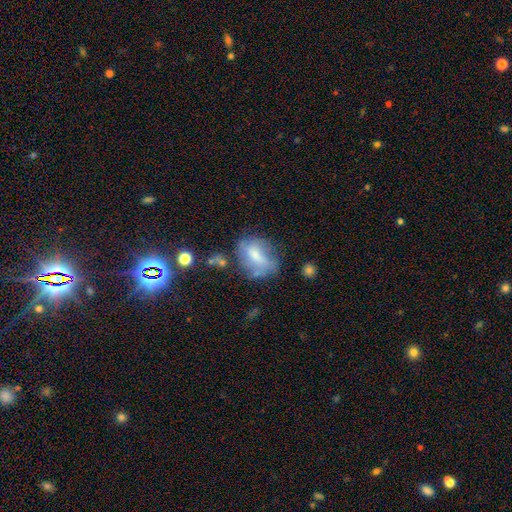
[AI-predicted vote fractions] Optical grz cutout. It shows a smooth galaxy with no disk features (58%) that is in between round and cigar-shaped (73%). Merging: none (44%).